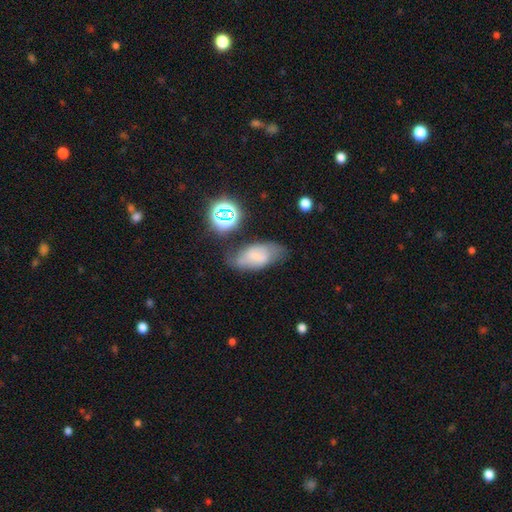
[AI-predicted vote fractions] This is marginally a smooth galaxy (45%). Merging: likely none (65%).